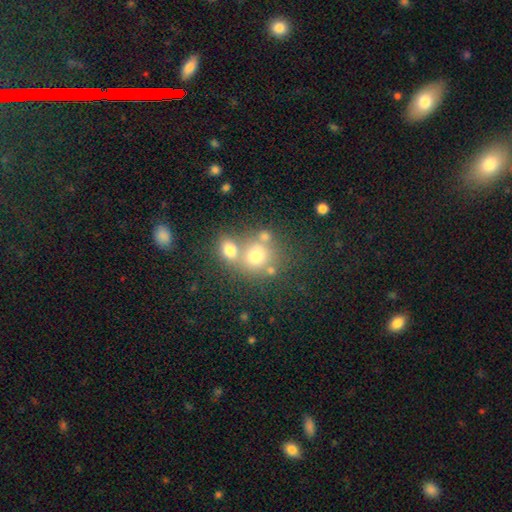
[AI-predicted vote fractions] Smooth or featured? Predicted: smooth (p=0.67). How rounded? Predicted: round (p=0.77). Merging? Predicted: merger (p=0.48).